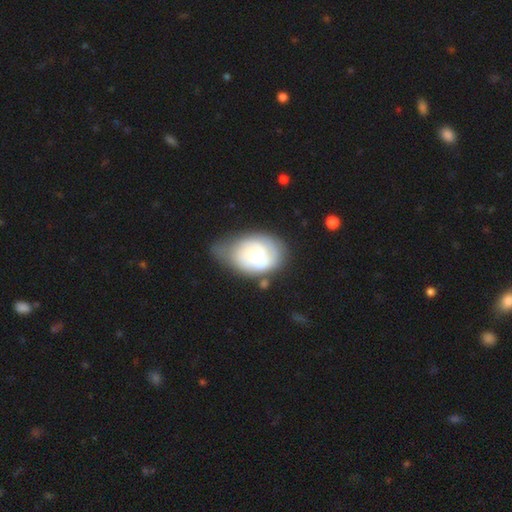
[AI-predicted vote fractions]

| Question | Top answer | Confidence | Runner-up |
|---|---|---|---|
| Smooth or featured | featured or disk | 48% | smooth (44%) |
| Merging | minor disturbance | 35% | none (30%) |